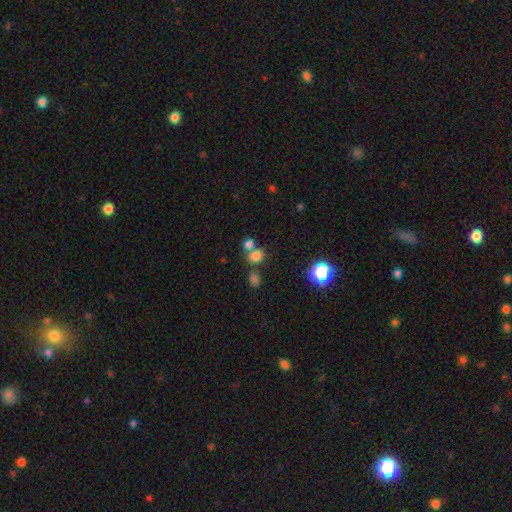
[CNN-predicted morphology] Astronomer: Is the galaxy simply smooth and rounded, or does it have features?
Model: smooth — 75%.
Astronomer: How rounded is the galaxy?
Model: round — 67%.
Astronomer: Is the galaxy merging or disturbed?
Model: none — 51% (runner-up: merger, 37%).